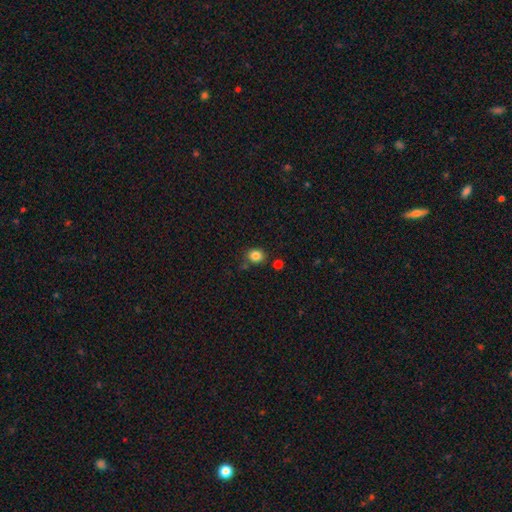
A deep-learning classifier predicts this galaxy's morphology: Smooth or featured?
  - smooth: 84% *
  - star or artifact: 11%
  - featured or disk: 5%
How rounded?
  - round: 75% *
  - in between: 24%
  - cigar-shaped: 1%
Merging?
  - none: 77% *
  - minor disturbance: 12%
  - merger: 7%
  - major disturbance: 3%